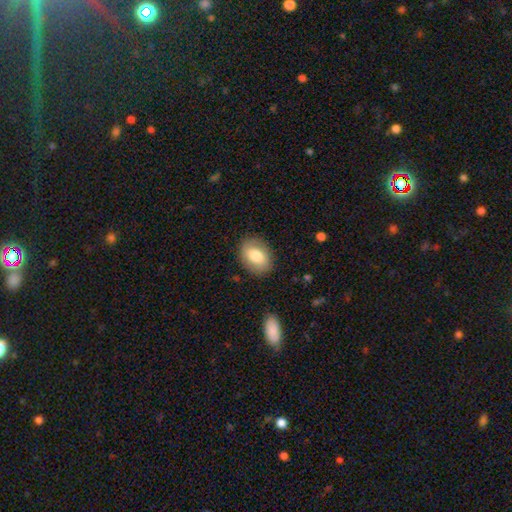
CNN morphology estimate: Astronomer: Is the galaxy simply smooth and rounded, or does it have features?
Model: smooth — 77%.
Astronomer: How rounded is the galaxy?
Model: in between — 76%.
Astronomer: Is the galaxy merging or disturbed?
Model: none — 85%.